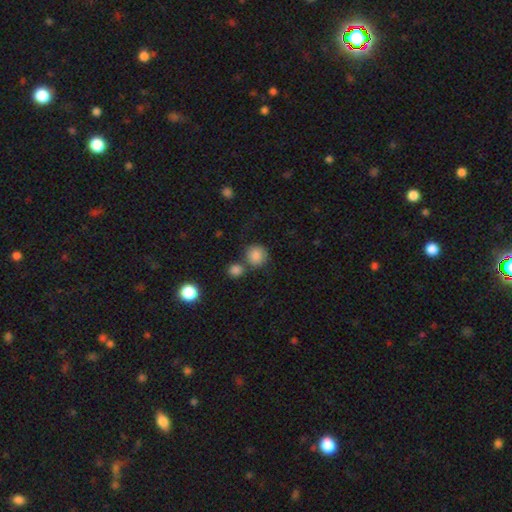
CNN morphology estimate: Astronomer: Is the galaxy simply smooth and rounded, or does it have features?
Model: smooth — 85%.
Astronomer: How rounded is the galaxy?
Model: round — 86%.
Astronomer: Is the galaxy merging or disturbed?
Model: none — 60%.